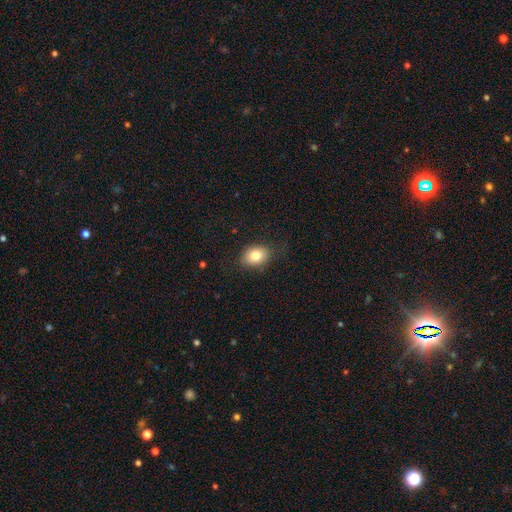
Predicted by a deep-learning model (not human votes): A smooth galaxy with no disk features (82%) that is in between round and cigar-shaped (69%). Merging: none (81%).